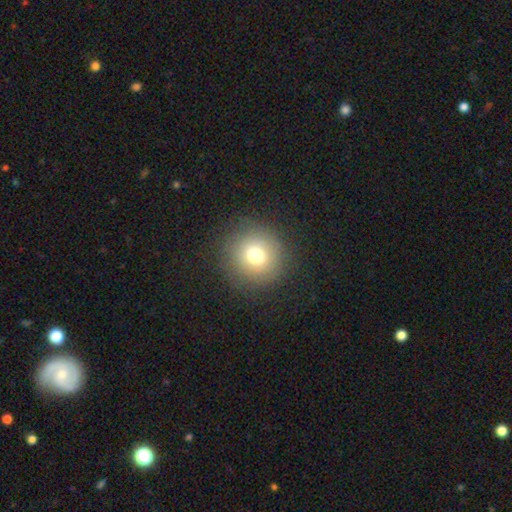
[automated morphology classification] This is likely a smooth galaxy (73%). How rounded: clearly round (94%). Merging: clearly none (87%).